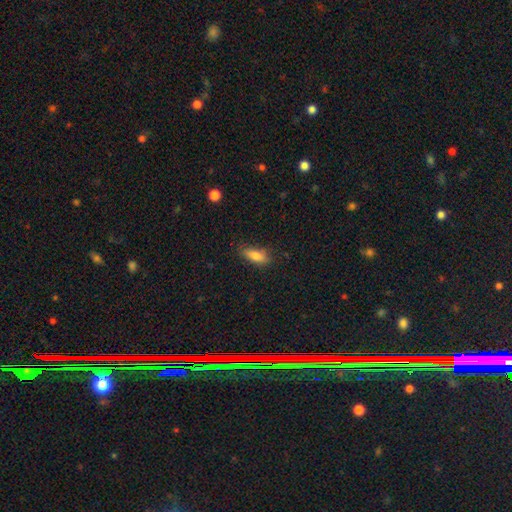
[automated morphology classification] smooth 81%, featured or disk 11%, star or artifact 8%. Down the decision tree: how rounded — in between (75%); merging — none (74%).